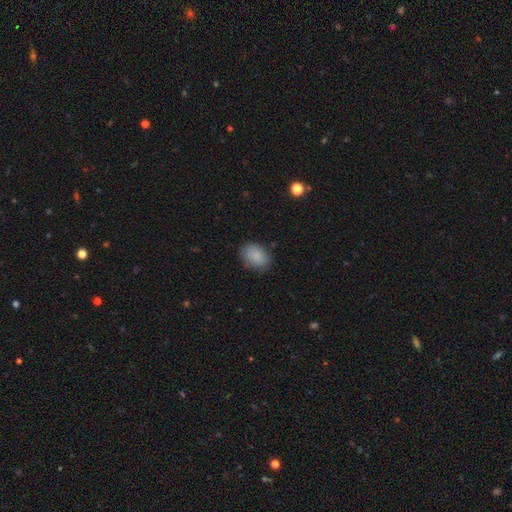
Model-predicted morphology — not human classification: Smooth or featured?
  - smooth: 85% *
  - star or artifact: 7%
  - featured or disk: 7%
How rounded?
  - in between: 74% *
  - round: 25%
  - cigar-shaped: 1%
Merging?
  - none: 80% *
  - minor disturbance: 15%
  - major disturbance: 3%
  - merger: 1%